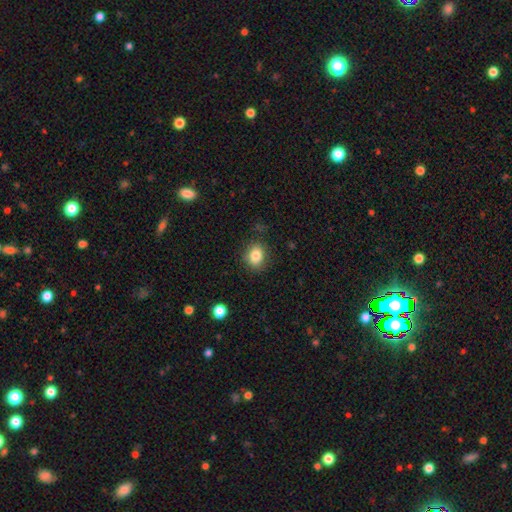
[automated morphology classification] Q: Smooth or featured?
A: smooth (84%); runner-up: star or artifact (10%)
Q: How rounded?
A: round (50%); runner-up: in between (49%)
Q: Merging?
A: none (84%); runner-up: minor disturbance (12%)